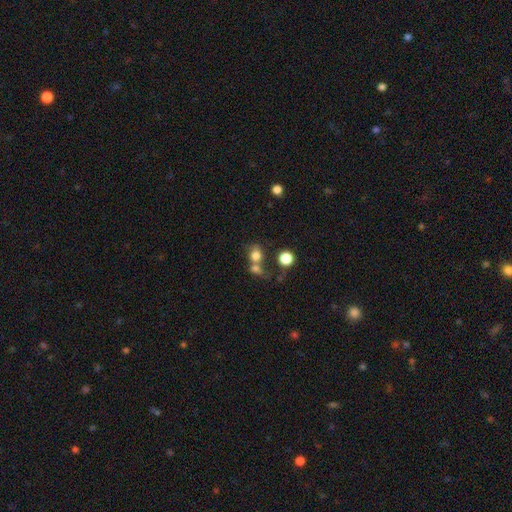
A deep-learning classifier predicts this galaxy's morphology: Smooth or featured? smooth (77%)
How rounded? round (64%)
Merging? merger (48%)